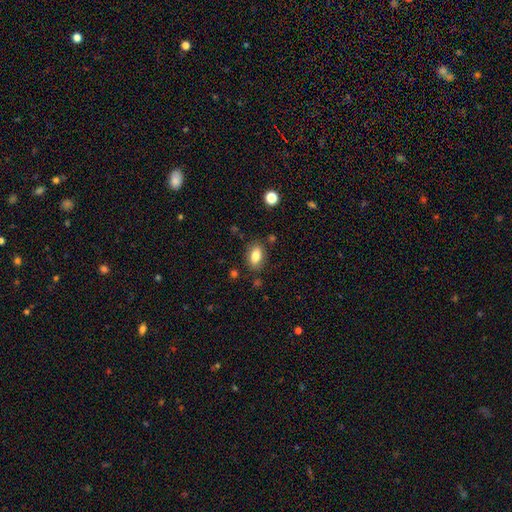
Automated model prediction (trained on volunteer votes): smooth 82%, featured or disk 9%, star or artifact 8%. Down the decision tree: how rounded — in between (88%); merging — none (83%).